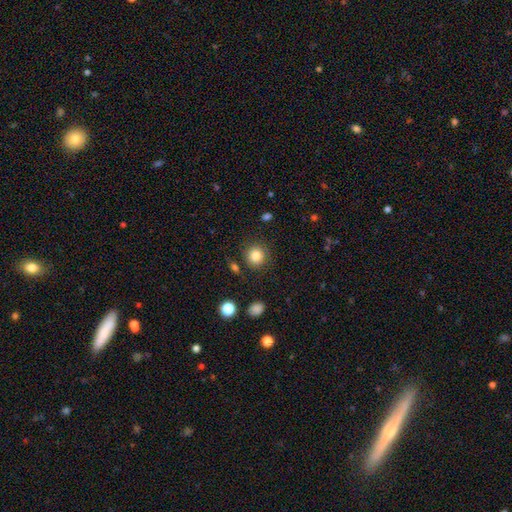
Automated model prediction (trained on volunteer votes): Q: Smooth or featured?
A: smooth (83%); runner-up: star or artifact (10%)
Q: How rounded?
A: round (91%); runner-up: in between (8%)
Q: Merging?
A: none (86%); runner-up: minor disturbance (8%)